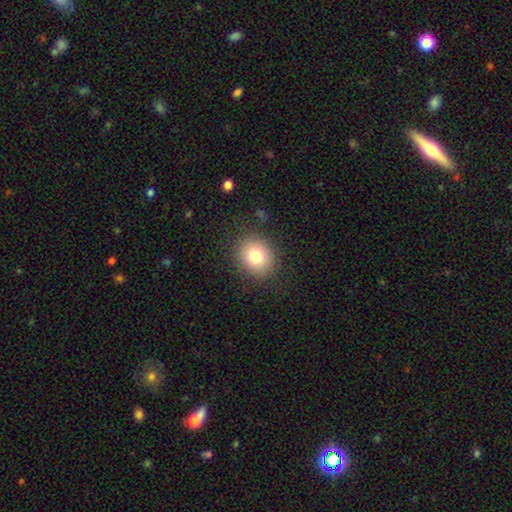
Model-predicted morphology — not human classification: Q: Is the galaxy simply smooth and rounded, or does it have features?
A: smooth — 79%.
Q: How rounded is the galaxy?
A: round — 75%.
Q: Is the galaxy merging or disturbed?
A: none — 86%.